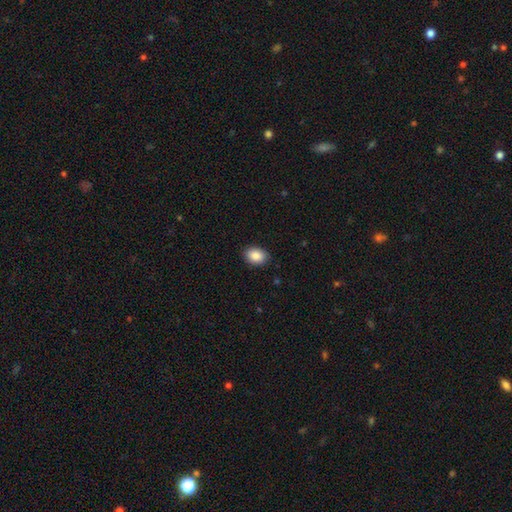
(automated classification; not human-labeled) Smooth or featured?
  - smooth: 89% *
  - star or artifact: 7%
  - featured or disk: 4%
How rounded?
  - in between: 77% *
  - round: 22%
  - cigar-shaped: 1%
Merging?
  - none: 88% *
  - minor disturbance: 9%
  - major disturbance: 2%
  - merger: 1%